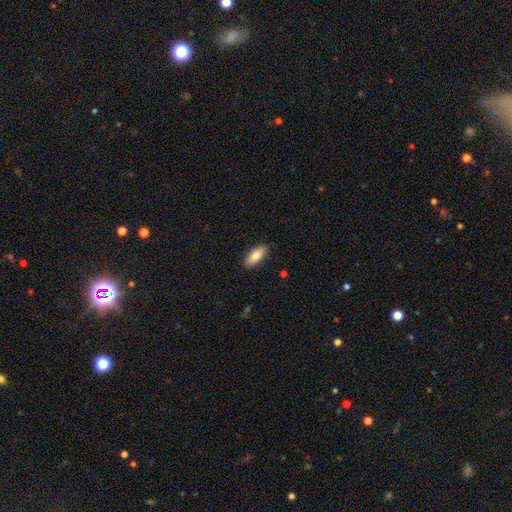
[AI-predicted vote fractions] Smooth or featured?
  - smooth: 81% *
  - featured or disk: 13%
  - star or artifact: 6%
How rounded?
  - in between: 84% *
  - cigar-shaped: 14%
  - round: 2%
Merging?
  - none: 88% *
  - minor disturbance: 9%
  - major disturbance: 2%
  - merger: 1%